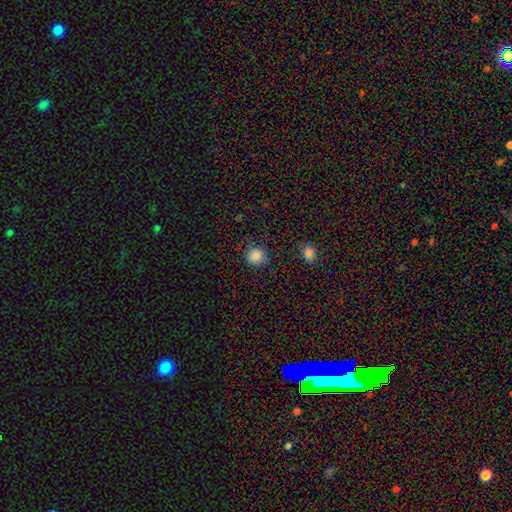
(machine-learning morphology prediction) A smooth galaxy with no disk features (86%) that is round (89%). Merging: none (84%).